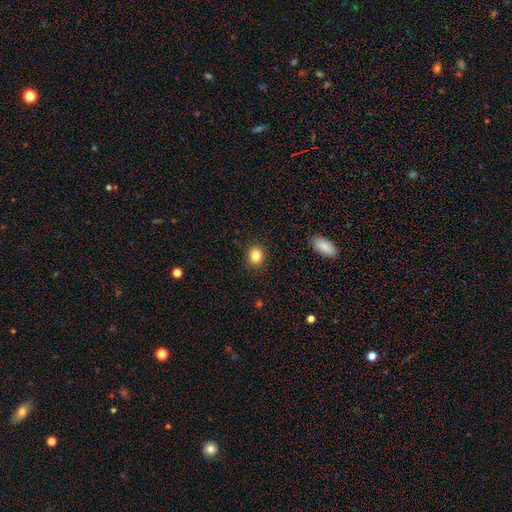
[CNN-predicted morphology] The model was most divided on "how rounded": round: 67%, in between: 32%, cigar-shaped: 1%. More confident: merging — none (88%); smooth or featured — smooth (84%).